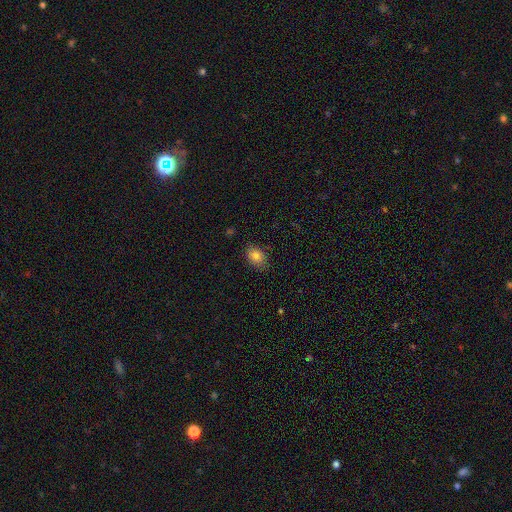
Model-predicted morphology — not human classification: Smooth or featured? smooth (83%)
How rounded? in between (76%)
Merging? none (81%)